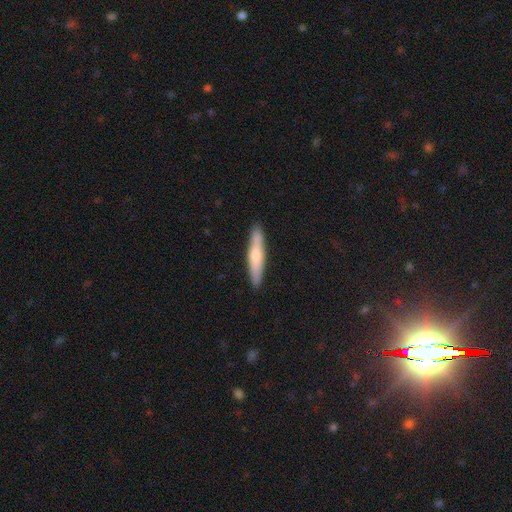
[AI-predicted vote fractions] Morphology: type=smooth (45%, tied with featured or disk); merging=none (88%).